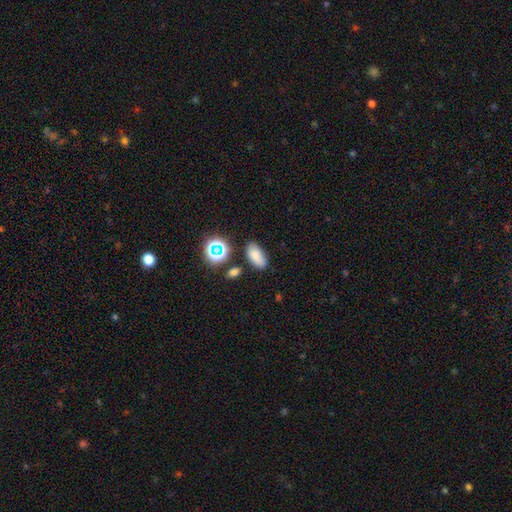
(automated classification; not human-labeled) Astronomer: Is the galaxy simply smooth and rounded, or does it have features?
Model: smooth — 77%.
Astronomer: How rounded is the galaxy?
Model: in between — 88%.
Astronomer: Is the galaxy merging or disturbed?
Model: none — 75%.